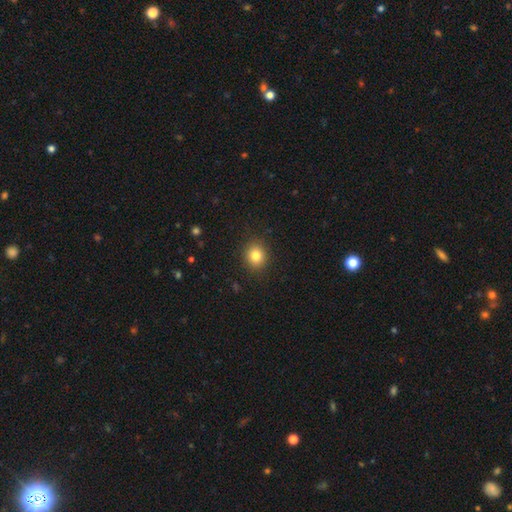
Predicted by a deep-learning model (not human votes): Morphology: type=smooth (82%); roundness=round (79%); merging=none (90%).